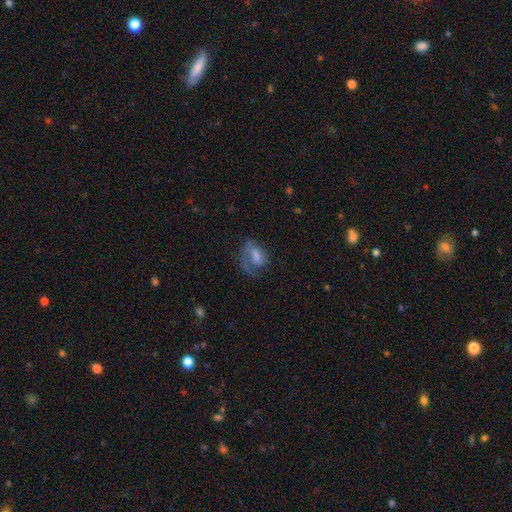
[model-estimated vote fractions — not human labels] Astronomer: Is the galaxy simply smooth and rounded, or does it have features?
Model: featured or disk — 51% (runner-up: smooth, 40%).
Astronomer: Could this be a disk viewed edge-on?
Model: no — 96%.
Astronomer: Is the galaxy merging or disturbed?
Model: none — 43% (runner-up: major disturbance, 33%).